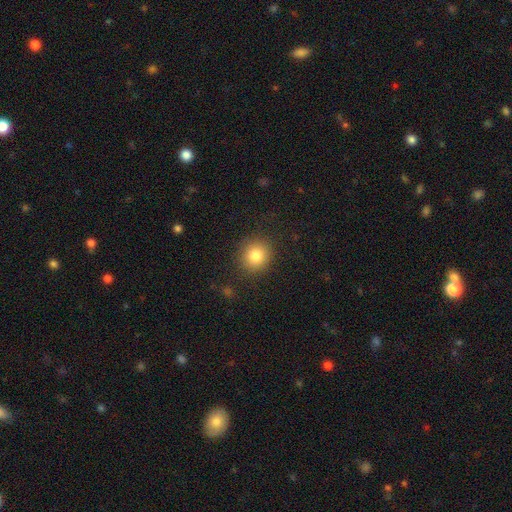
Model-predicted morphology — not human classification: A smooth galaxy with no disk features (82%) that is round (83%). Merging: none (88%).